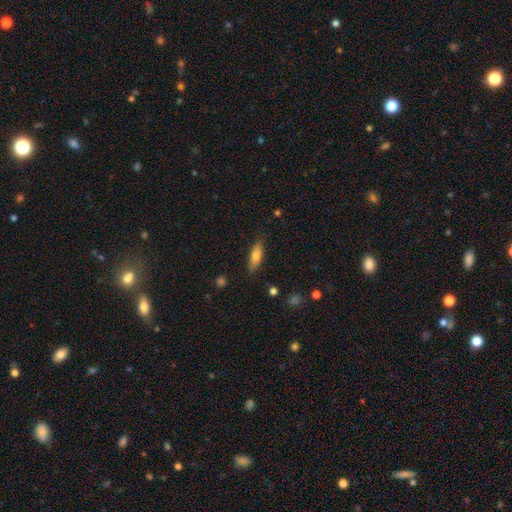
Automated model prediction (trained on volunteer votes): Smooth or featured? smooth (77%)
How rounded? in between (57%)
Merging? none (83%)